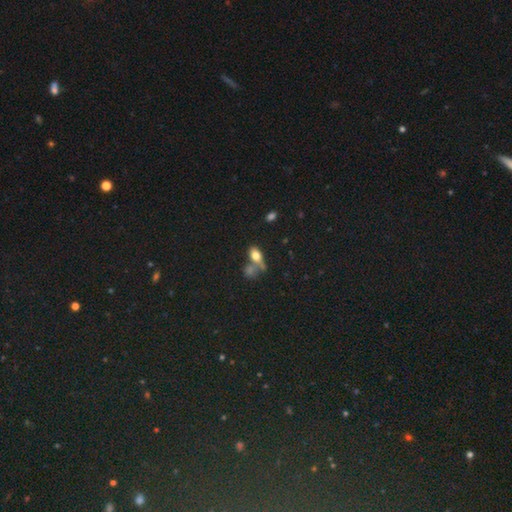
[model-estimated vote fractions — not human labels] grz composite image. It shows a smooth galaxy with no disk features (72%) that is in between round and cigar-shaped (82%). Merging: none (39%).